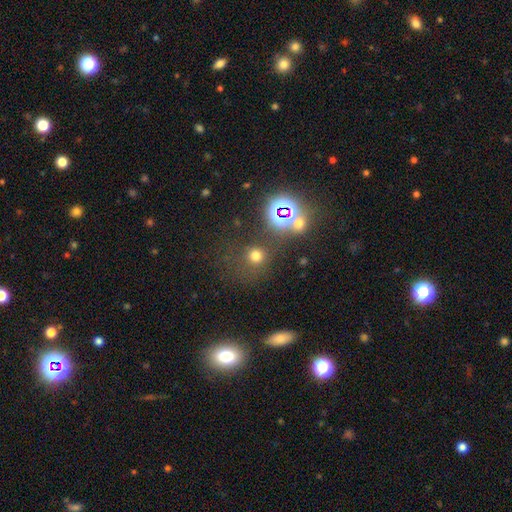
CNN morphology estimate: A smooth galaxy with no disk features (66%) that is round (89%). Merging: none (72%).